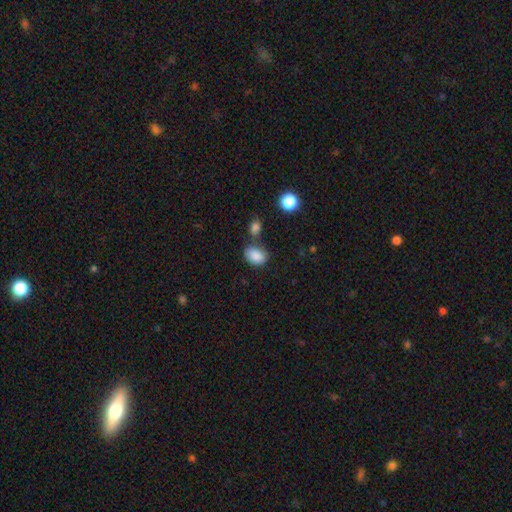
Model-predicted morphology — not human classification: The model was most divided on "merging": none: 63%, minor disturbance: 17%, merger: 15%, major disturbance: 5%. More confident: smooth or featured — smooth (87%); how rounded — in between (77%).